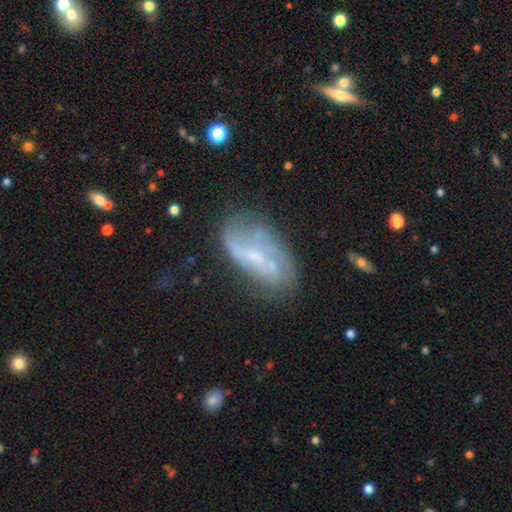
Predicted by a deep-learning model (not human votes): featured or disk 61%, smooth 30%, star or artifact 10%. Down the decision tree: edge-on disk — no (93%); bar — no (51%); spiral arms — yes (57%); bulge size — small (50%); merging — none (47%).